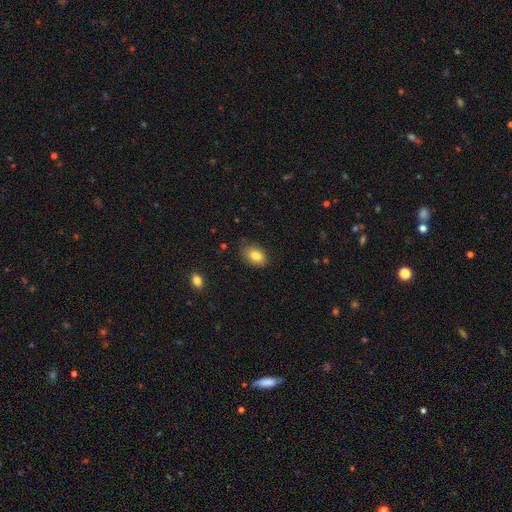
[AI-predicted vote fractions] Smooth or featured? Predicted: smooth (p=0.83). How rounded? Predicted: in between (p=0.85). Merging? Predicted: none (p=0.81).